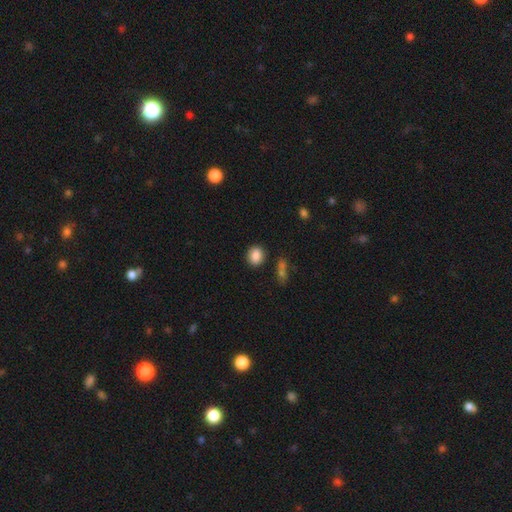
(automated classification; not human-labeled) Morphology: type=smooth (86%); roundness=round (57%); merging=none (82%).